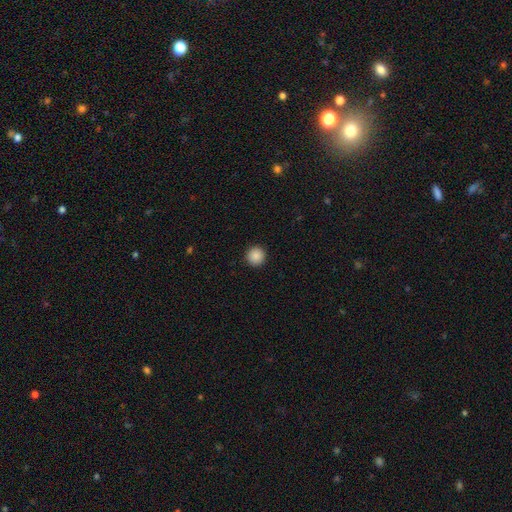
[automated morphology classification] smooth_or_featured: smooth (p=0.88) [alt: star or artifact p=0.10]
how_rounded: round (p=0.96) [alt: in between p=0.03]
merging: none (p=0.93) [alt: minor disturbance p=0.04]